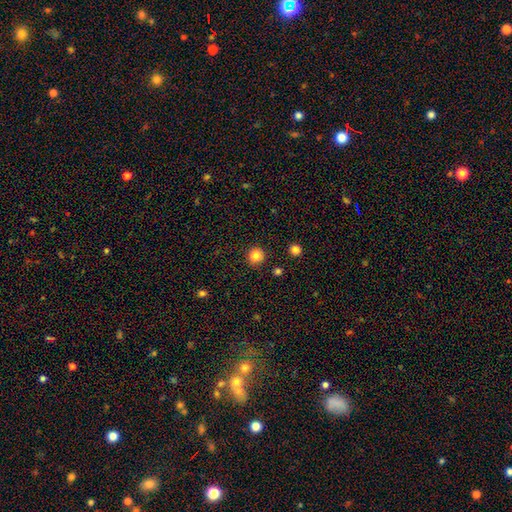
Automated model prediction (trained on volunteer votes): This appears to be a smooth galaxy with no disk features (84%) that is round (91%). Merging: none (90%).